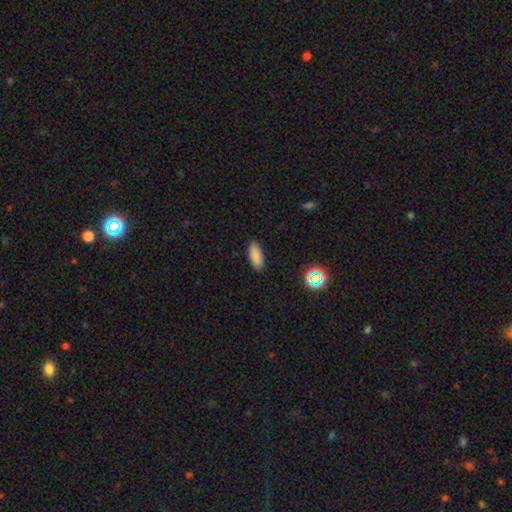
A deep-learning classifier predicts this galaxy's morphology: Q: Smooth or featured?
A: smooth (85%); runner-up: star or artifact (10%)
Q: How rounded?
A: in between (78%); runner-up: cigar-shaped (20%)
Q: Merging?
A: none (88%); runner-up: minor disturbance (9%)